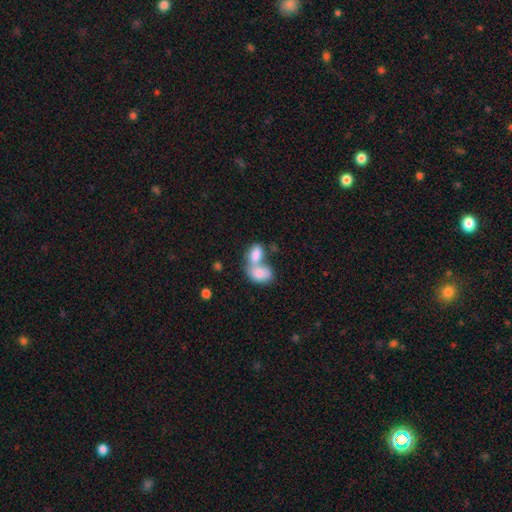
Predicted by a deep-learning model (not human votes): The model was most divided on "merging": merger: 74%, none: 16%, minor disturbance: 6%, major disturbance: 4%. More confident: how rounded — in between (88%); smooth or featured — smooth (80%).